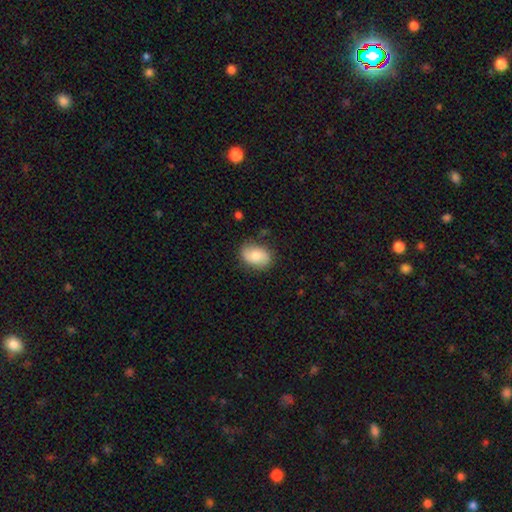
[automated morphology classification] A smooth galaxy with no disk features (65%) that is in between round and cigar-shaped (79%). Merging: none (77%).